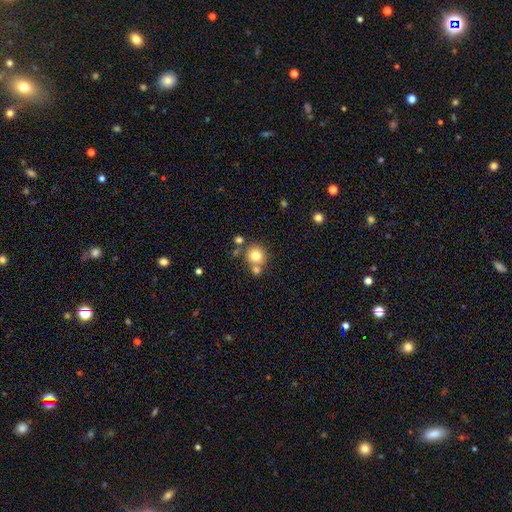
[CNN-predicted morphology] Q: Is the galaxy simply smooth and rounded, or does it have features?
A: smooth — 77%.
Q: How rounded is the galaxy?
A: round — 88%.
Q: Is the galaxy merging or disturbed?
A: none — 59%.